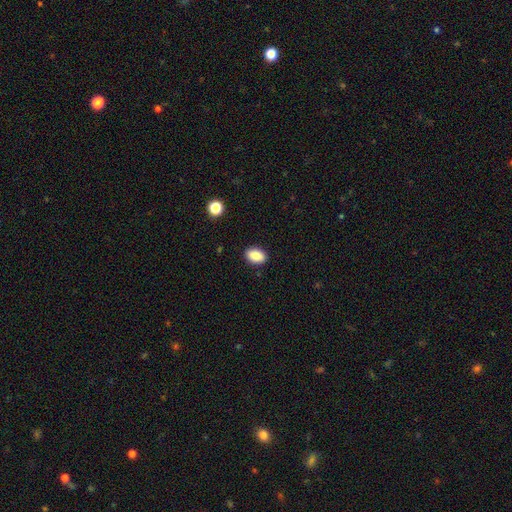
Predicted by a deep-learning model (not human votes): smooth 87%, star or artifact 8%, featured or disk 5%. Down the decision tree: how rounded — in between (86%); merging — none (90%).